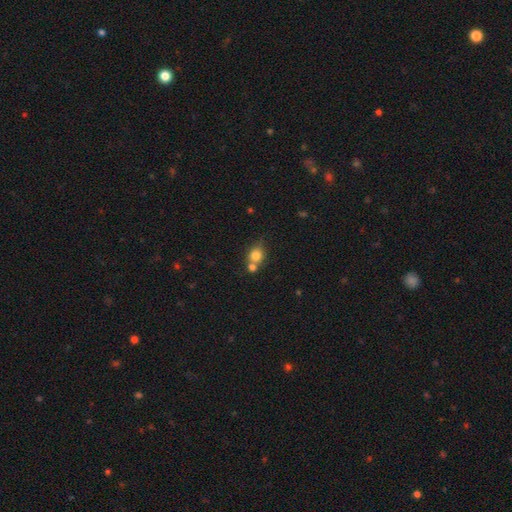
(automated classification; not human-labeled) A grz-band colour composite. It shows a smooth galaxy with no disk features (78%) that is round (74%). Merging: none (45%).